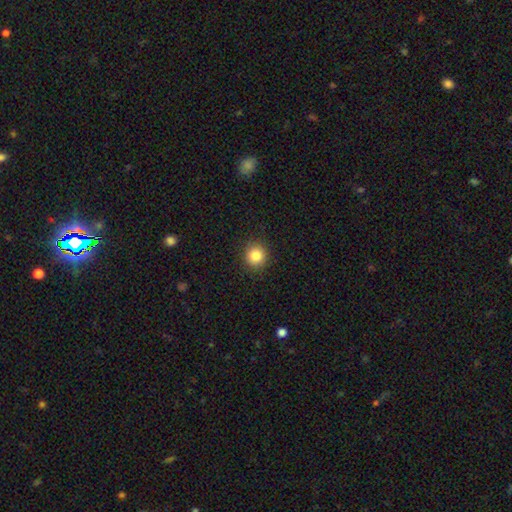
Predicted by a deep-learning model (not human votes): Morphology: type=smooth (84%); roundness=round (92%); merging=none (91%).